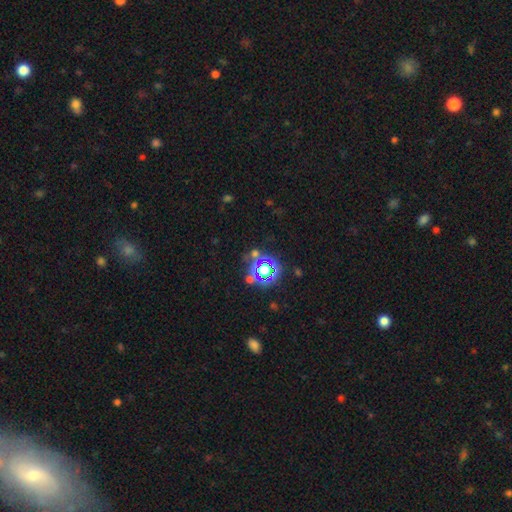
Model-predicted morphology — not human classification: Overall: star or artifact (74%).